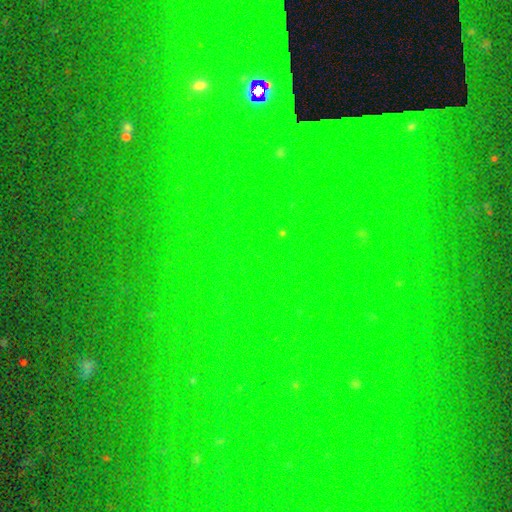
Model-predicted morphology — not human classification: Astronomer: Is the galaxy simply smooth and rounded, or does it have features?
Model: star or artifact — 79%.